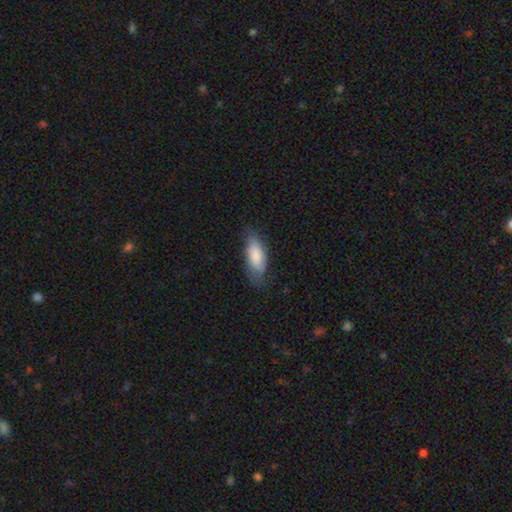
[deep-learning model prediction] Smooth or featured?
  - smooth: 78% *
  - featured or disk: 16%
  - star or artifact: 6%
How rounded?
  - in between: 79% *
  - cigar-shaped: 19%
  - round: 2%
Merging?
  - none: 66% *
  - minor disturbance: 25%
  - major disturbance: 7%
  - merger: 1%